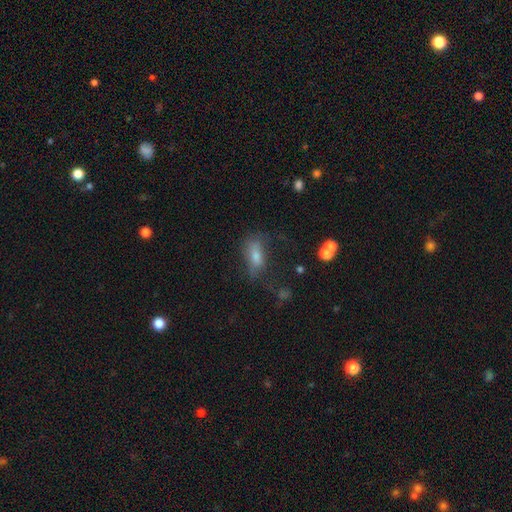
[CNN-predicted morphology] smooth_or_featured: smooth (p=0.60) [alt: featured or disk p=0.26]
how_rounded: in between (p=0.72) [alt: cigar-shaped p=0.21]
merging: none (p=0.48) [alt: minor disturbance p=0.25]